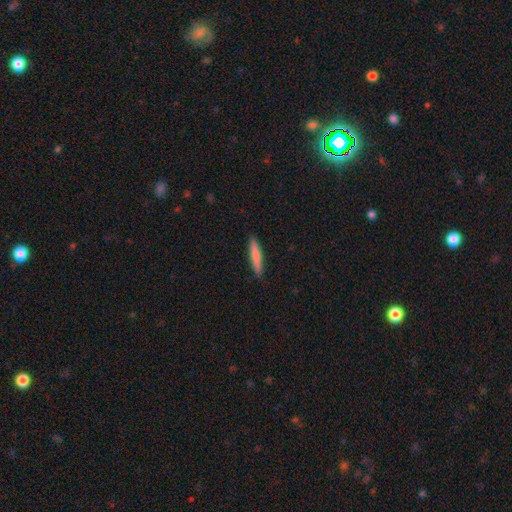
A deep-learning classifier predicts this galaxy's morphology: smooth 78%, featured or disk 17%, star or artifact 5%. Down the decision tree: how rounded — cigar-shaped (92%); merging — none (91%).